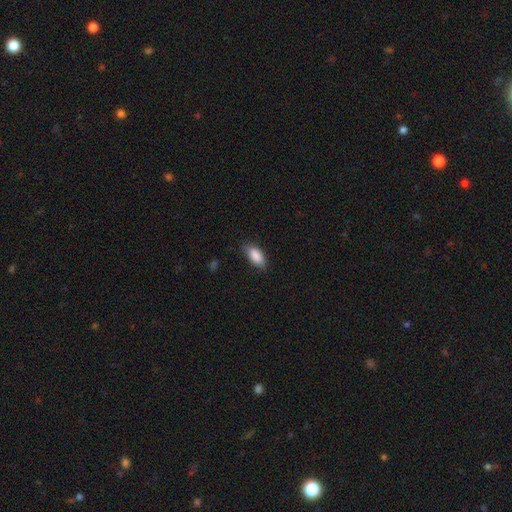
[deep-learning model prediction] A smooth galaxy with no disk features (88%) that is in between round and cigar-shaped (89%).

Vote fractions:
- Smooth or featured? smooth: 88% / star or artifact: 6% / featured or disk: 5%
- How rounded? in between: 89% / cigar-shaped: 8% / round: 2%
- Merging? none: 78% / minor disturbance: 18% / major disturbance: 3% / merger: 1%